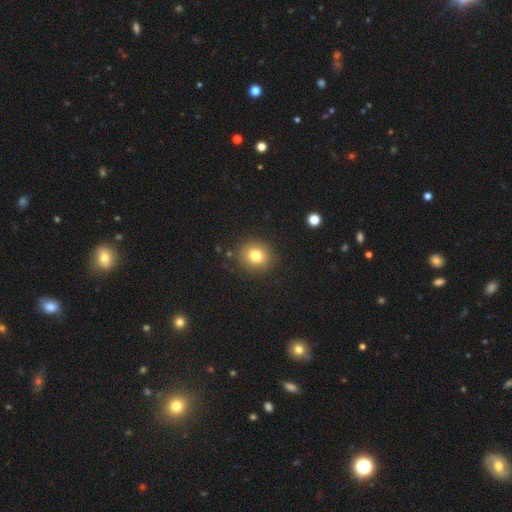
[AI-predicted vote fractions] Smooth or featured: smooth — 79% (star or artifact — 12%)
How rounded: round — 82% (in between — 17%)
Merging: none — 88% (minor disturbance — 8%)